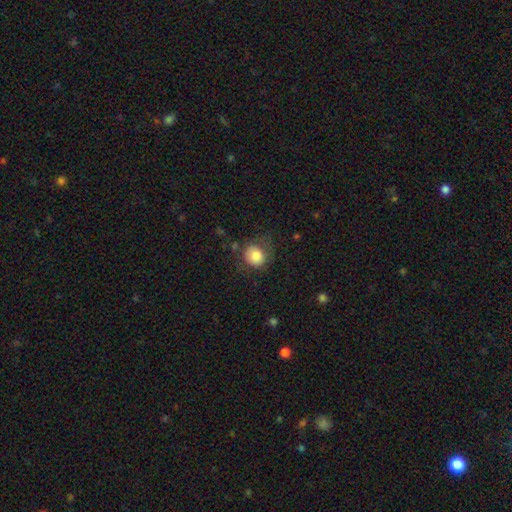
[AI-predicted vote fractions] Morphology: type=smooth (83%); roundness=round (78%); merging=none (64%).